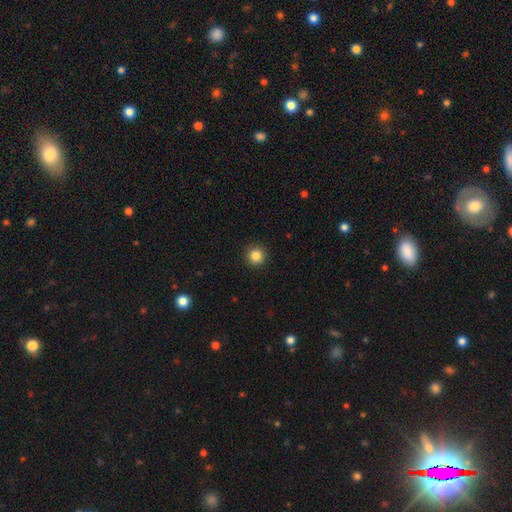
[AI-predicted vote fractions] smooth 85%, star or artifact 10%, featured or disk 5%. Down the decision tree: how rounded — round (96%); merging — none (93%).